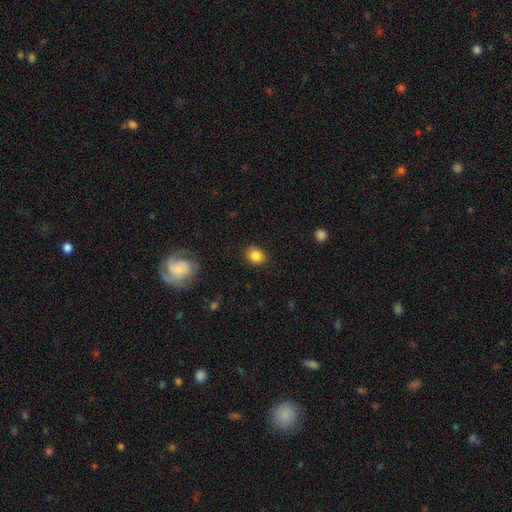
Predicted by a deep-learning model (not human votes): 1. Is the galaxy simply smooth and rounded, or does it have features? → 84% smooth, 10% star or artifact, 6% featured or disk.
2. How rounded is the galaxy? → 61% round, 38% in between, 1% cigar-shaped.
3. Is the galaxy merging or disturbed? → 82% none, 13% minor disturbance, 3% major disturbance, 1% merger.